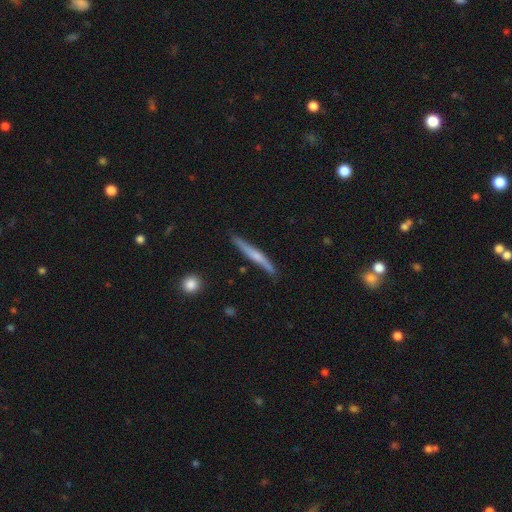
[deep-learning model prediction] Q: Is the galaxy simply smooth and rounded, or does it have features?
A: featured or disk — 53%.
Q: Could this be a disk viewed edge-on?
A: yes — 95%.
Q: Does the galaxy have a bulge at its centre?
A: rounded — 49%.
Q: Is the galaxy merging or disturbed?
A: none — 84%.